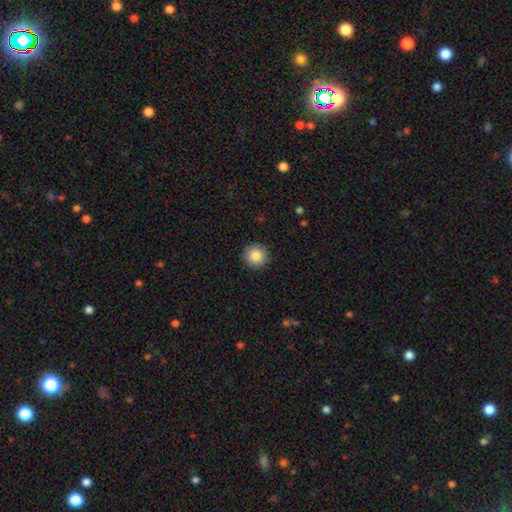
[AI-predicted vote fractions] Smooth or featured? Predicted: smooth (p=0.85). How rounded? Predicted: round (p=0.95). Merging? Predicted: none (p=0.91).